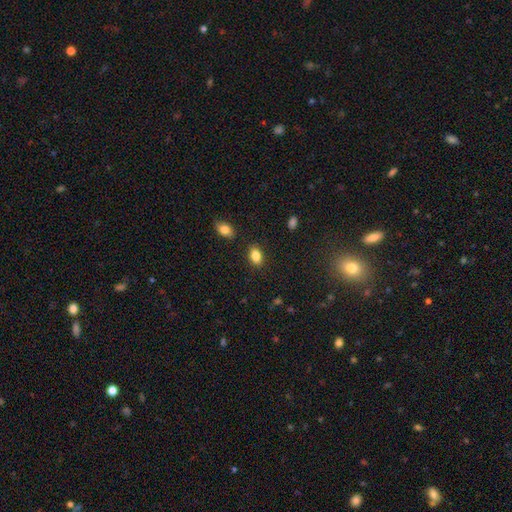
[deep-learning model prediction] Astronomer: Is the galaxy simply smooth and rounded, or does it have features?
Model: smooth — 83%.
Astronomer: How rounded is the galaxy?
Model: in between — 87%.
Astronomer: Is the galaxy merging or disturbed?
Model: none — 86%.